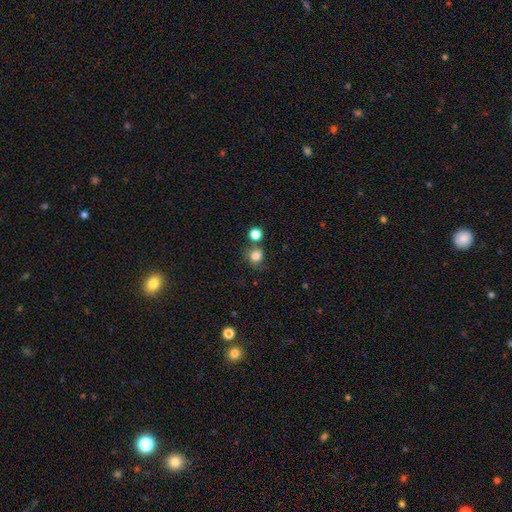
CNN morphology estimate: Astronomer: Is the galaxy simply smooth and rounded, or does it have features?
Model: smooth — 82%.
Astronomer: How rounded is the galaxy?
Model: round — 84%.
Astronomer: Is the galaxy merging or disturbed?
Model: none — 67%.